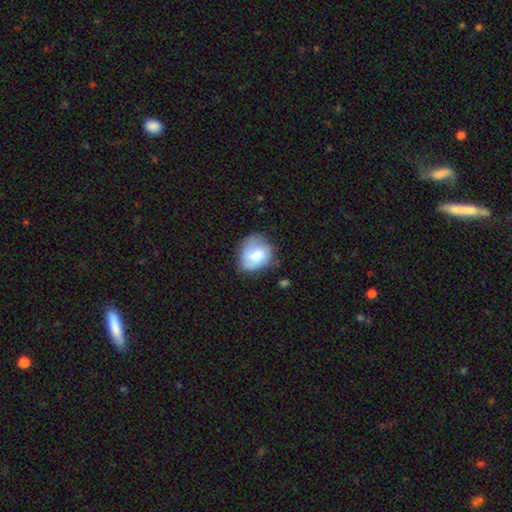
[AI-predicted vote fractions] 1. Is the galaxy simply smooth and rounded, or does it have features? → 67% smooth, 26% featured or disk, 7% star or artifact.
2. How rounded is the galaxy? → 57% round, 42% in between, 1% cigar-shaped.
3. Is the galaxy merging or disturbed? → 53% none, 32% minor disturbance, 11% major disturbance, 3% merger.